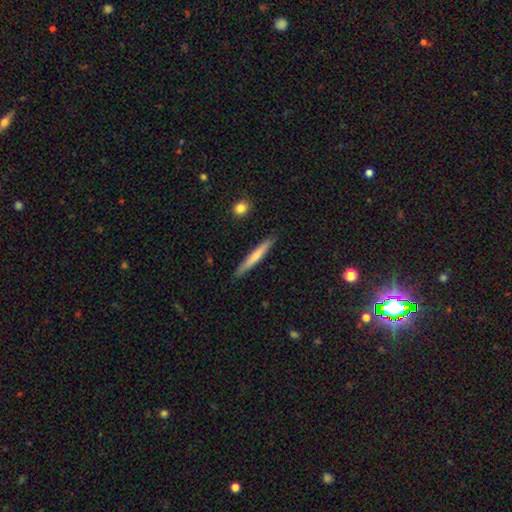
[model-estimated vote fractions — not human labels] smooth_or_featured: smooth (p=0.62) [alt: featured or disk p=0.32]
how_rounded: cigar-shaped (p=0.95) [alt: in between p=0.04]
merging: none (p=0.88) [alt: minor disturbance p=0.09]